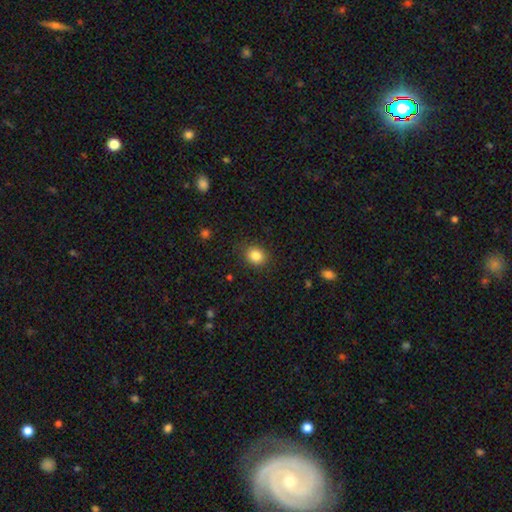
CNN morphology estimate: smooth-or-featured: smooth: 85% | star or artifact: 10% | featured or disk: 5%
  how-rounded: round: 65% | in between: 34% | cigar-shaped: 1%
  merging: none: 86% | minor disturbance: 10% | major disturbance: 3% | merger: 1%